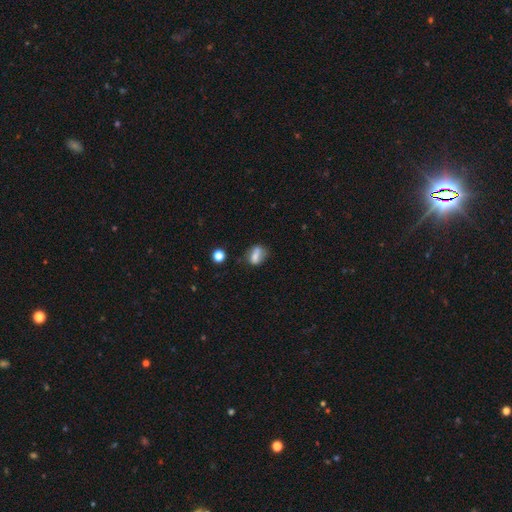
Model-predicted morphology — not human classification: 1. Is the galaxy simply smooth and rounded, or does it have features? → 67% smooth, 23% featured or disk, 11% star or artifact.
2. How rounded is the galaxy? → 61% in between, 25% round, 15% cigar-shaped.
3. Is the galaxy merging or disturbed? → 61% none, 20% minor disturbance, 12% merger, 8% major disturbance.